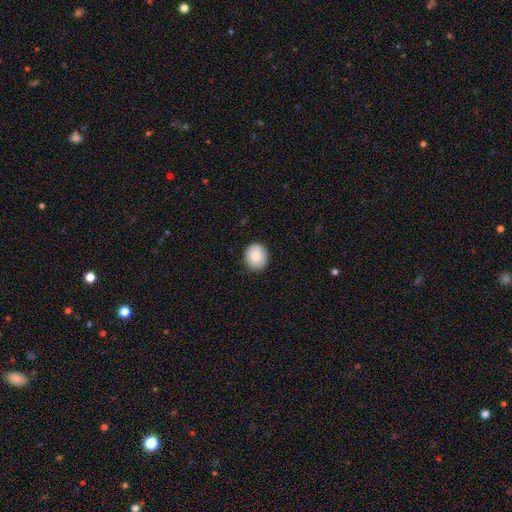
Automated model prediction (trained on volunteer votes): Q: Smooth or featured?
A: smooth (84%); runner-up: featured or disk (9%)
Q: How rounded?
A: round (79%); runner-up: in between (20%)
Q: Merging?
A: none (87%); runner-up: minor disturbance (10%)